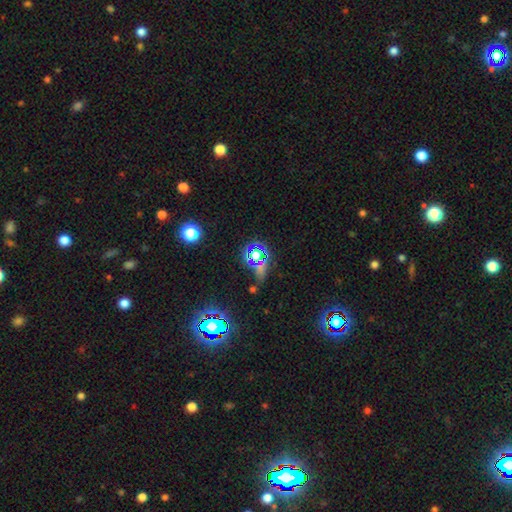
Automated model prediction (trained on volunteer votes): Morphology: type=star or artifact (64%).